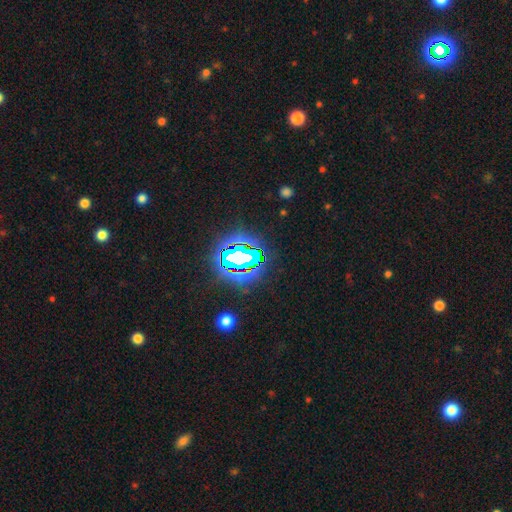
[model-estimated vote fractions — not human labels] star or artifact 84%, smooth 10%, featured or disk 6%.